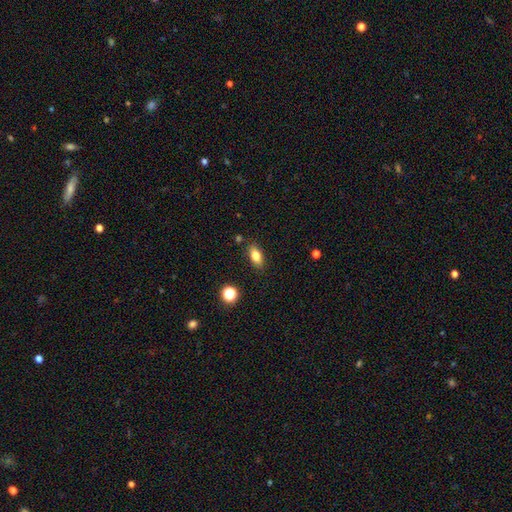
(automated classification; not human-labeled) The model was most divided on "smooth or featured": smooth: 79%, featured or disk: 12%, star or artifact: 9%. More confident: merging — none (84%); how rounded — in between (83%).